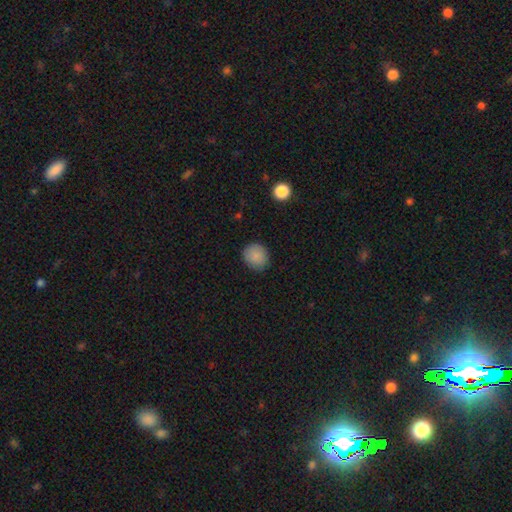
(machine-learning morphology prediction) smooth 87%, star or artifact 9%, featured or disk 4%. Down the decision tree: how rounded — round (85%); merging — none (85%).